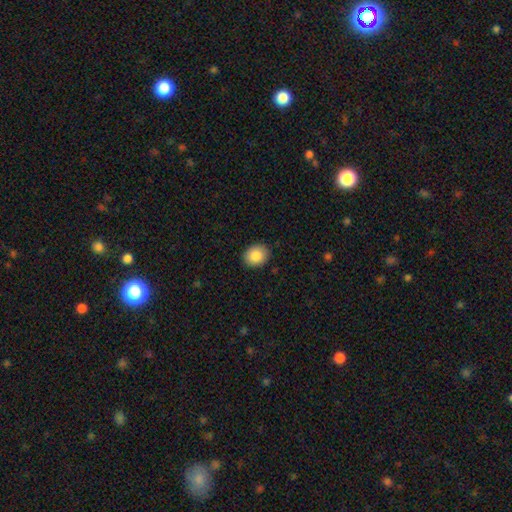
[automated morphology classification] smooth 87%, star or artifact 8%, featured or disk 5%. Down the decision tree: how rounded — round (53%); merging — none (89%).